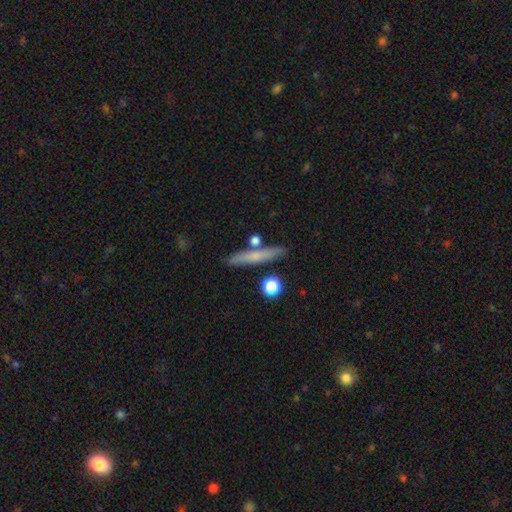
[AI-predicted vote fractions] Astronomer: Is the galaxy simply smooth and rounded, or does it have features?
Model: smooth — 62%.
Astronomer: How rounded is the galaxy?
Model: cigar-shaped — 90%.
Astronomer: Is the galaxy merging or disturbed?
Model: none — 82%.